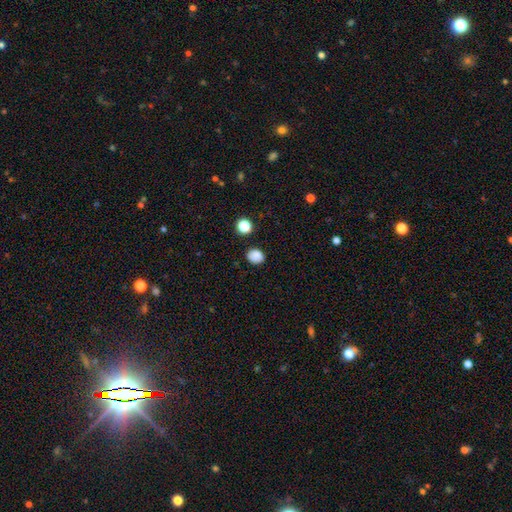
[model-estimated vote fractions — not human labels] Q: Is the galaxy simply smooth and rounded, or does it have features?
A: smooth — 84%.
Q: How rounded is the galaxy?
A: round — 60%.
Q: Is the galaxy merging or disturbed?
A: none — 84%.